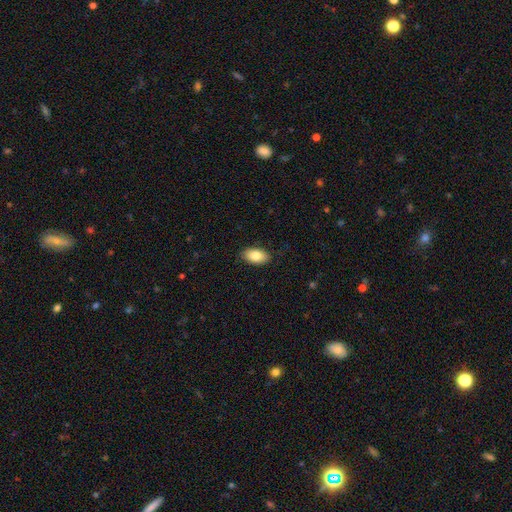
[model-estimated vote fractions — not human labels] This is clearly a smooth galaxy (84%). How rounded: clearly in between (94%). Merging: clearly none (88%).